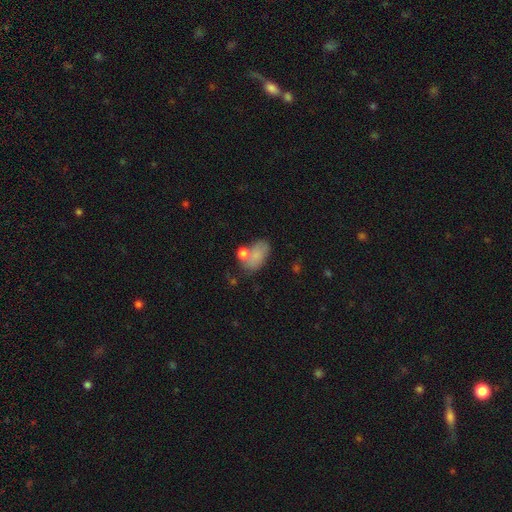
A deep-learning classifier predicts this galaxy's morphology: Smooth or featured? smooth (73%)
How rounded? in between (87%)
Merging? none (46%)